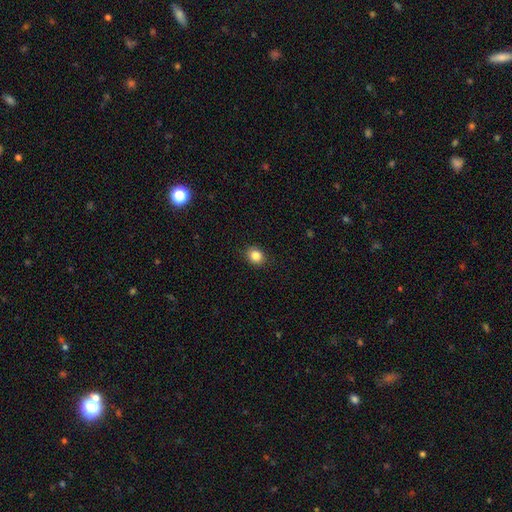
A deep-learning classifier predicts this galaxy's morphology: Smooth or featured?
  - smooth: 84% *
  - star or artifact: 10%
  - featured or disk: 5%
How rounded?
  - round: 65% *
  - in between: 34%
  - cigar-shaped: 1%
Merging?
  - none: 88% *
  - minor disturbance: 8%
  - major disturbance: 2%
  - merger: 1%